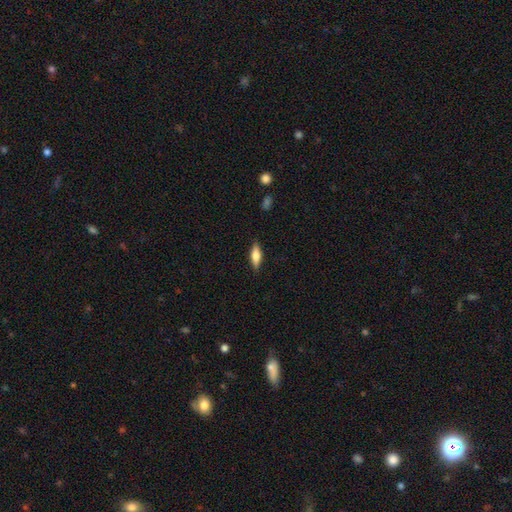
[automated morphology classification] A smooth galaxy with no disk features (68%) that is in between round and cigar-shaped (54%).

Vote fractions:
- Smooth or featured? smooth: 68% / featured or disk: 26% / star or artifact: 6%
- How rounded? in between: 54% / cigar-shaped: 44% / round: 2%
- Merging? none: 86% / minor disturbance: 10% / major disturbance: 2% / merger: 1%